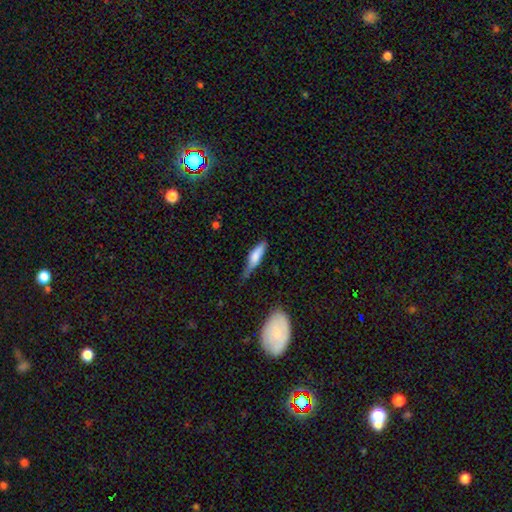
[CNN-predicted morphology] Smooth or featured? Predicted: smooth (p=0.72). How rounded? Predicted: cigar-shaped (p=0.58). Merging? Predicted: minor disturbance (p=0.42).